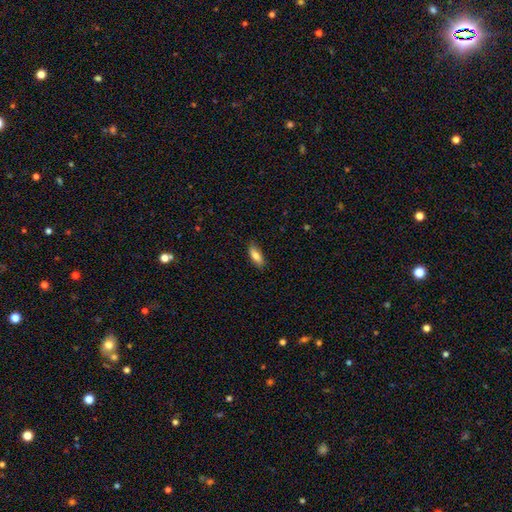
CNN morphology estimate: Q: Smooth or featured?
A: smooth (81%); runner-up: featured or disk (13%)
Q: How rounded?
A: in between (72%); runner-up: cigar-shaped (26%)
Q: Merging?
A: none (84%); runner-up: minor disturbance (13%)